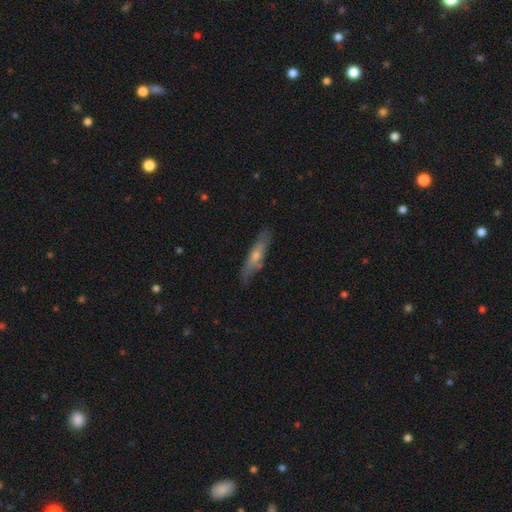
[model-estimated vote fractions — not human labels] smooth-or-featured: featured or disk: 49% | smooth: 44% | star or artifact: 6%
  merging: none: 82% | minor disturbance: 14% | major disturbance: 2% | merger: 2%